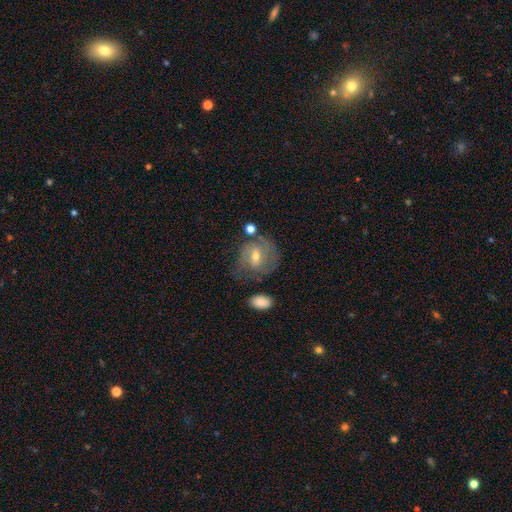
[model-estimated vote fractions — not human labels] A featured or disk galaxy (63%) with a weak bar (52%), spiral arms (77%) and a moderate central bulge (54%). Merging: none (59%).